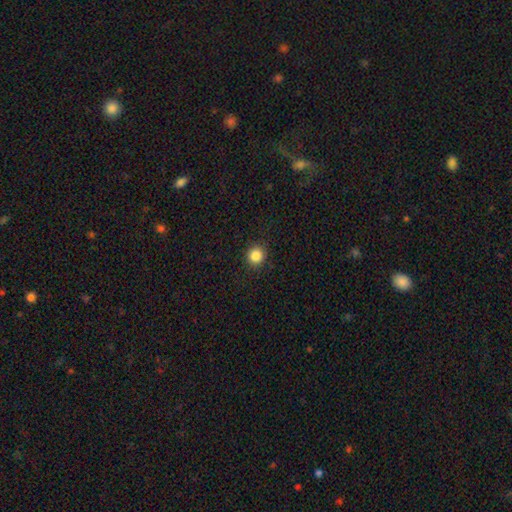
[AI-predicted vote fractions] Overall: smooth (85%). How rounded: round (92%). Merging: none (92%).